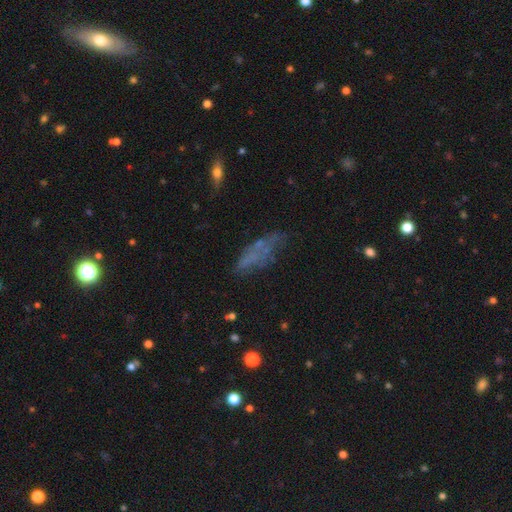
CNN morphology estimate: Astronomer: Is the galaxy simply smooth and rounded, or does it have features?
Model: smooth — 48% (runner-up: featured or disk, 33%).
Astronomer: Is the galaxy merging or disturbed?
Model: none — 50%.